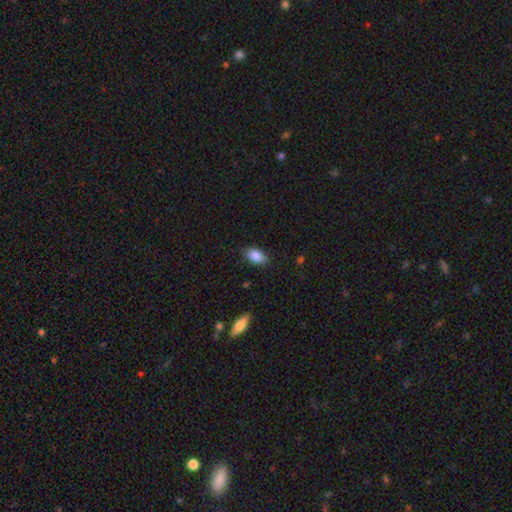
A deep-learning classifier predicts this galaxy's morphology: Q: Smooth or featured?
A: smooth (86%); runner-up: star or artifact (7%)
Q: How rounded?
A: in between (91%); runner-up: round (6%)
Q: Merging?
A: none (85%); runner-up: minor disturbance (11%)